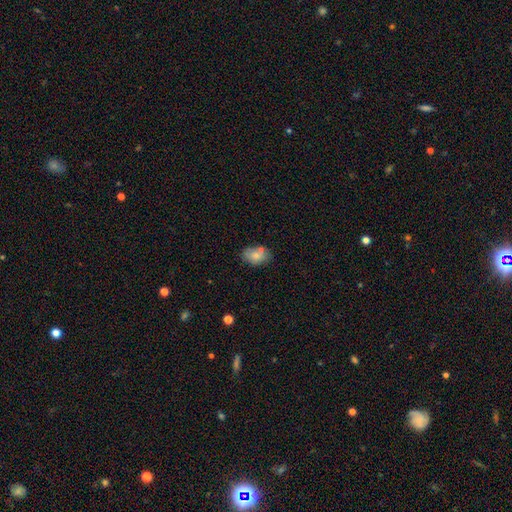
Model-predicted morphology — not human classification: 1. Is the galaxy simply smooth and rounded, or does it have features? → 78% smooth, 14% featured or disk, 8% star or artifact.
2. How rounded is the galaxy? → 87% in between, 12% round, 1% cigar-shaped.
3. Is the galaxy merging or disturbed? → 65% none, 19% minor disturbance, 11% merger, 5% major disturbance.